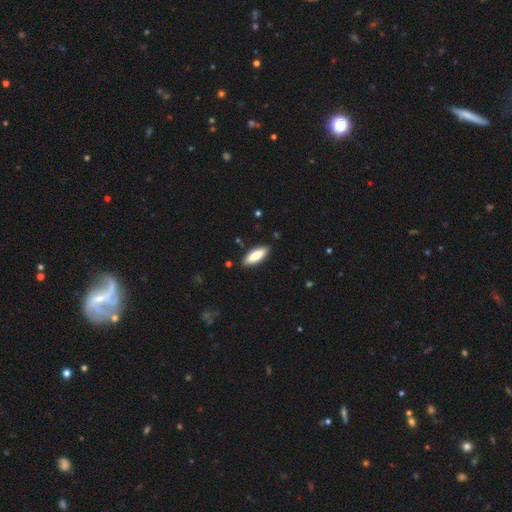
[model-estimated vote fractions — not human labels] Morphology: type=smooth (79%); roundness=in between (62%); merging=none (88%).